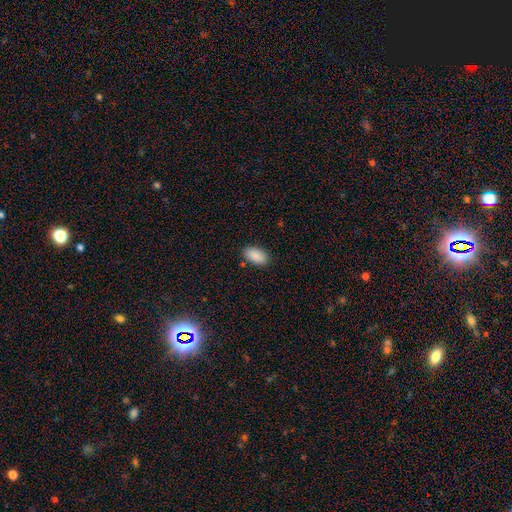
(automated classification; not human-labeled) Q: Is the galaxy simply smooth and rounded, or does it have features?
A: smooth — 90%.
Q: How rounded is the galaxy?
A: in between — 94%.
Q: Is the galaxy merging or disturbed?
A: none — 87%.